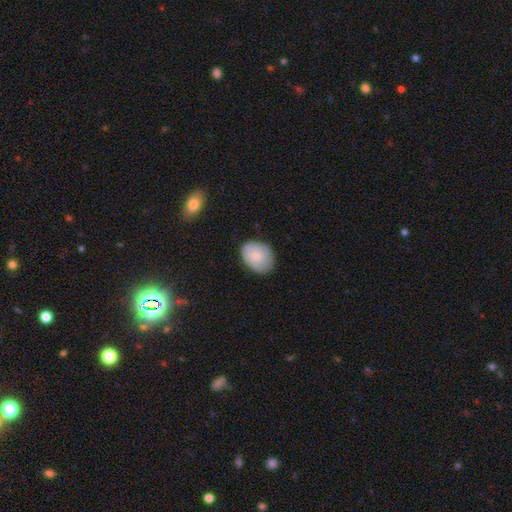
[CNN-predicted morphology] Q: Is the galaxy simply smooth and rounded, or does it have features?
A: smooth — 77%.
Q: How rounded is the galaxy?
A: in between — 63%.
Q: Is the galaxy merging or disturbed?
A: none — 77%.